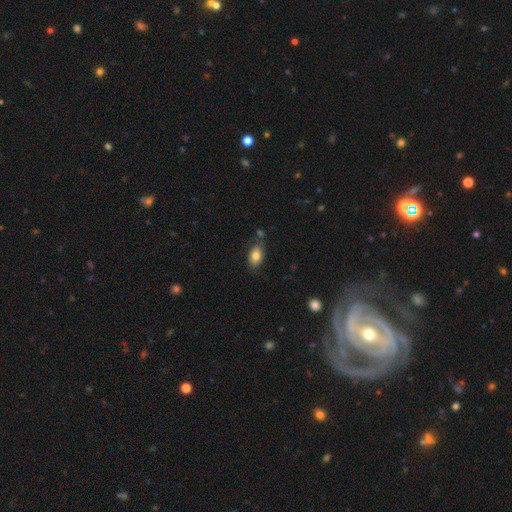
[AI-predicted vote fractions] Smooth or featured? smooth (81%)
How rounded? in between (89%)
Merging? none (67%)